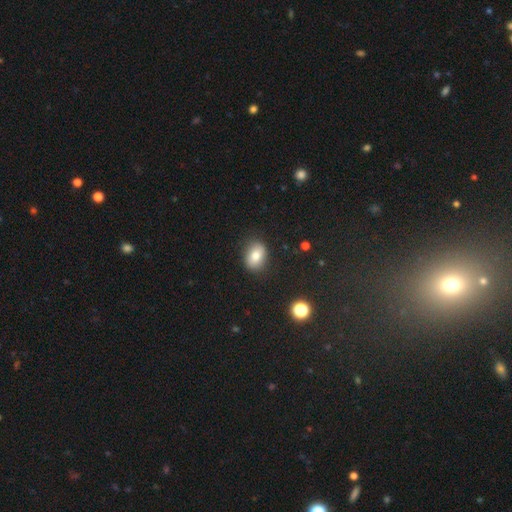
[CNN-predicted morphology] Overall: smooth (78%). How rounded: in between (68%; round 31%). Merging: none (84%).